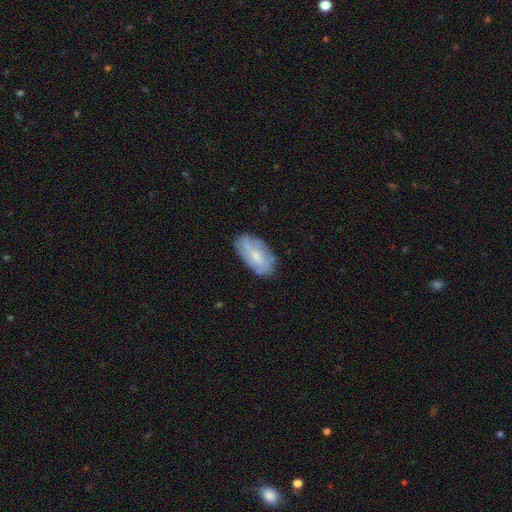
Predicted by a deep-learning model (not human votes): The model was most divided on "smooth or featured": smooth: 47%, featured or disk: 46%, star or artifact: 7%. More confident: merging — none (74%).